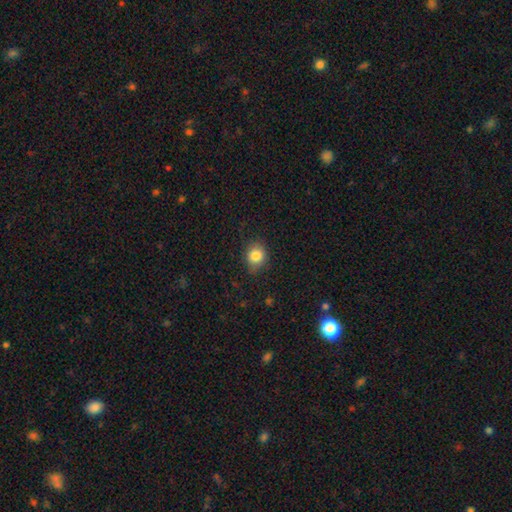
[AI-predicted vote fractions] Morphology: type=smooth (83%); roundness=round (69%); merging=none (80%).